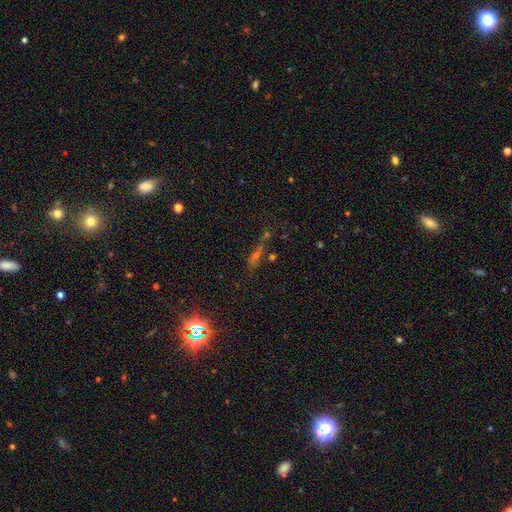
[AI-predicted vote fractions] Smooth or featured? Predicted: star or artifact (p=0.43).